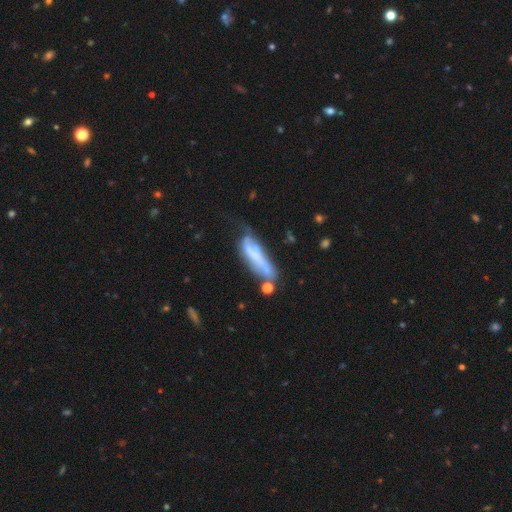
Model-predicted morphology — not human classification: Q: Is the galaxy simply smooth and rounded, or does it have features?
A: featured or disk — 46%.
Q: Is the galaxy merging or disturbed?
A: none — 29%, tied with minor disturbance.